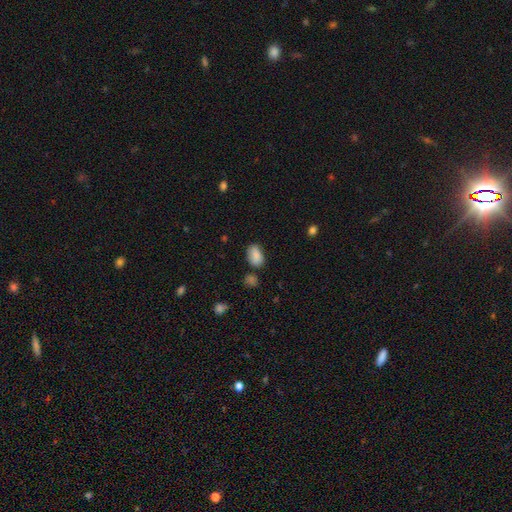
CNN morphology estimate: A smooth galaxy with no disk features (85%) that is in between round and cigar-shaped (90%).

Vote fractions:
- Smooth or featured? smooth: 85% / star or artifact: 8% / featured or disk: 6%
- How rounded? in between: 90% / round: 9% / cigar-shaped: 2%
- Merging? none: 71% / minor disturbance: 19% / merger: 5% / major disturbance: 4%